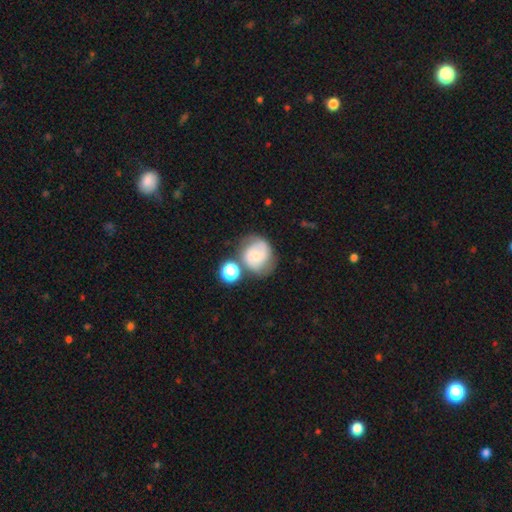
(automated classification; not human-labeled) A featured or disk galaxy (55%) with no bar (62%), spiral arms (86%) and a small central bulge (61%). Merging: none (53%).